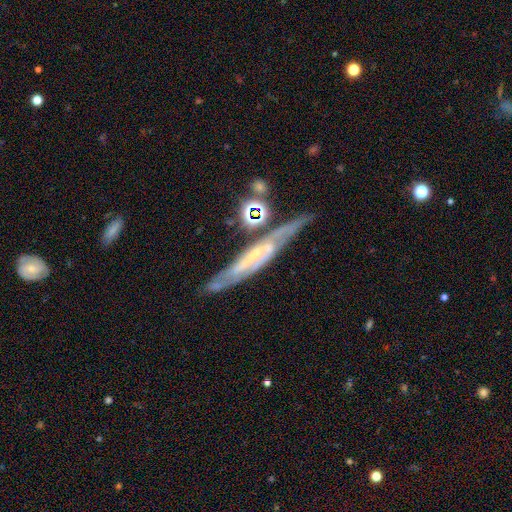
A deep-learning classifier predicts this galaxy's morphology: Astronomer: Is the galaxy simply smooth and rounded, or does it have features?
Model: featured or disk — 79%.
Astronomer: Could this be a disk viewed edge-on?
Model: no — 52% (runner-up: yes, 48%).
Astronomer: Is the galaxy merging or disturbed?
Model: none — 66%.